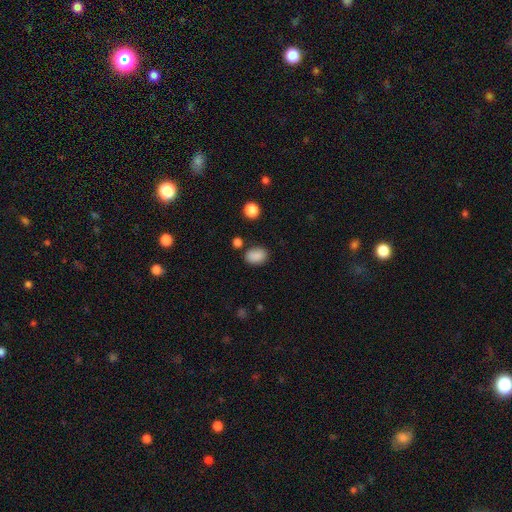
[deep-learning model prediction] smooth-or-featured: smooth: 87% | star or artifact: 9% | featured or disk: 4%
  how-rounded: in between: 75% | round: 24% | cigar-shaped: 1%
  merging: none: 77% | minor disturbance: 14% | merger: 5% | major disturbance: 4%